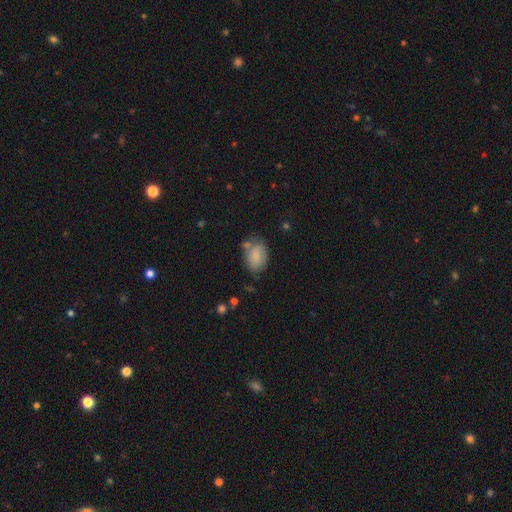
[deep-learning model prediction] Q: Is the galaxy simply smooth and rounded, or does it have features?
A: smooth — 81%.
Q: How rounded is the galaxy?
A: in between — 82%.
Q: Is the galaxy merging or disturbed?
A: none — 57%.